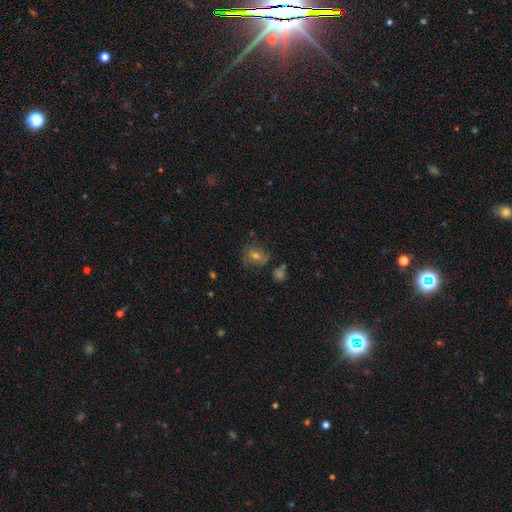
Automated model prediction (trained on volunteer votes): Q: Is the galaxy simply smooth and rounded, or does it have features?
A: smooth — 41%.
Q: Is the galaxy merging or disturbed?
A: none — 67%.